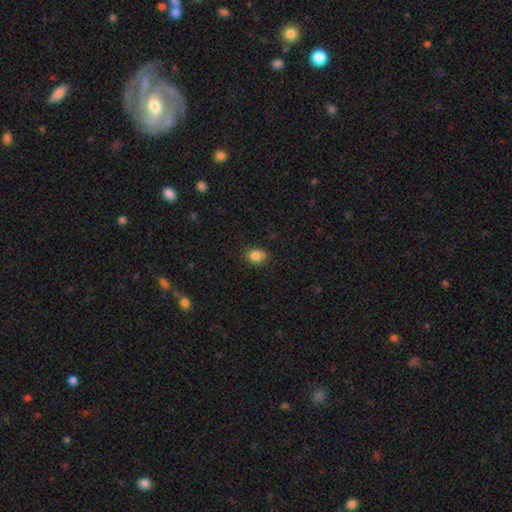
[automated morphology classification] Smooth or featured: smooth — 84% (star or artifact — 11%)
How rounded: round — 50% (in between — 49%)
Merging: none — 80% (minor disturbance — 16%)